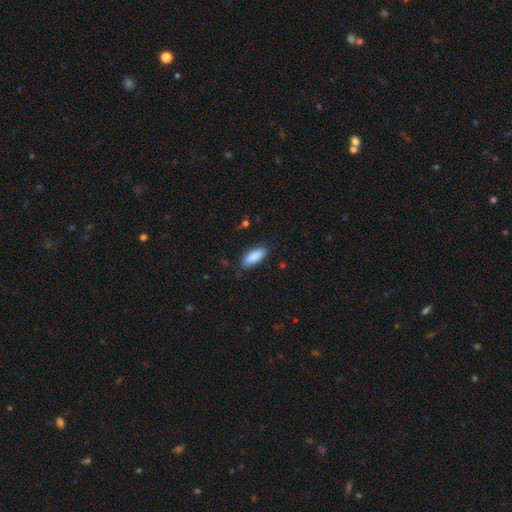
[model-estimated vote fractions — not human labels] Morphology: type=smooth (88%); roundness=in between (78%); merging=none (80%).